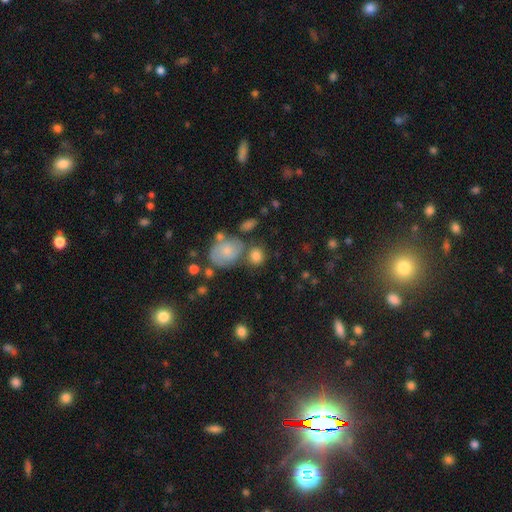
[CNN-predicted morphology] Smooth or featured? Predicted: smooth (p=0.75). How rounded? Predicted: round (p=0.68). Merging? Predicted: none (p=0.60).